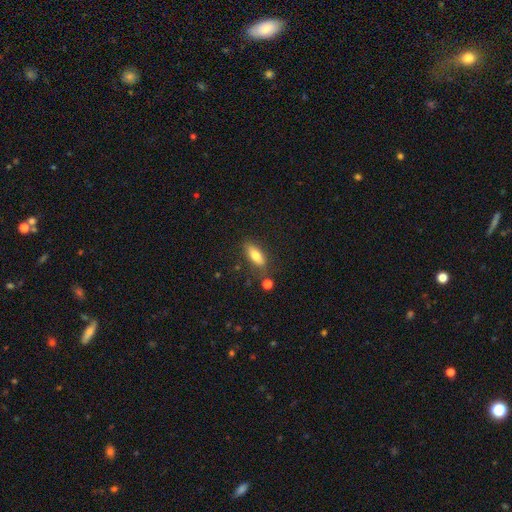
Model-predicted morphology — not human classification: Overall: smooth (77%). How rounded: in between (74%). Merging: none (76%).